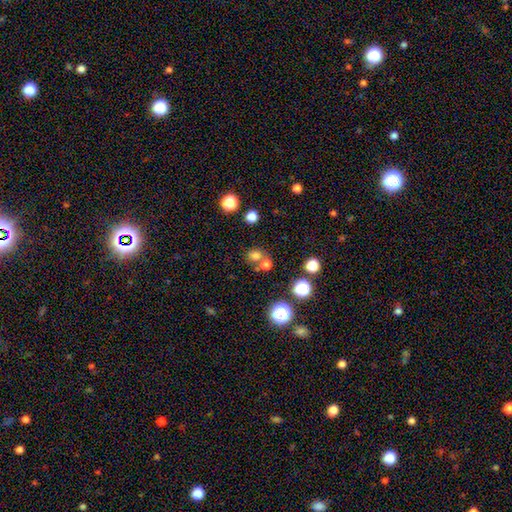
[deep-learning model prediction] Morphology: type=smooth (71%); roundness=round (66%); merging=none (59%).